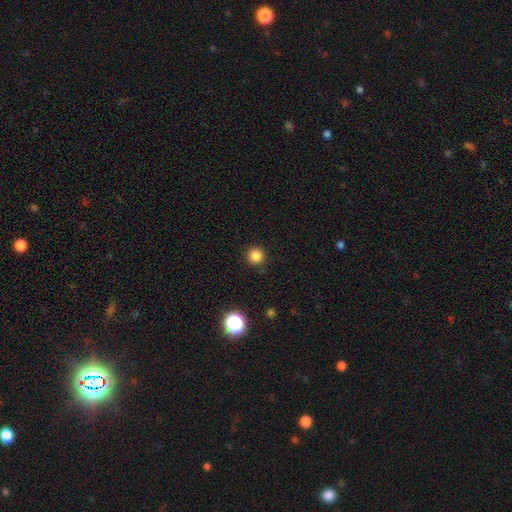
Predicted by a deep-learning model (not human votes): Smooth or featured: smooth — 83% (star or artifact — 13%)
How rounded: round — 95% (in between — 4%)
Merging: none — 91% (minor disturbance — 6%)